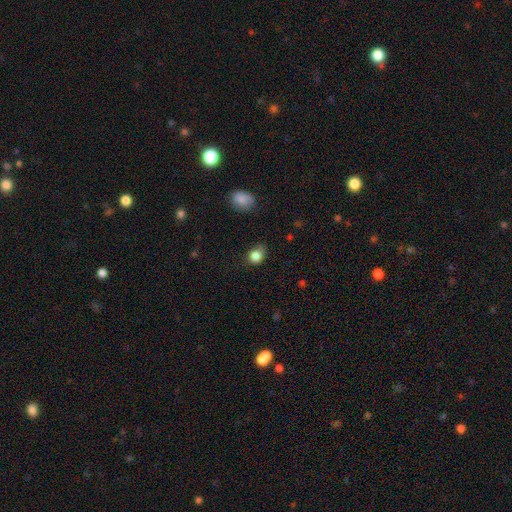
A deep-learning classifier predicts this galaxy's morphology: This appears to be a smooth galaxy with no disk features (85%) that is round (66%). Merging: none (61%).